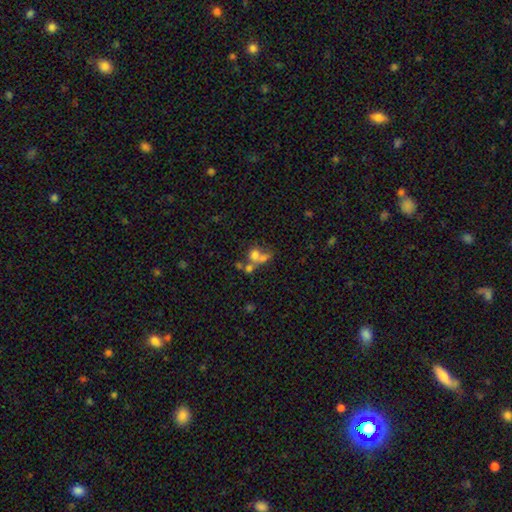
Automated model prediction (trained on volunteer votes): Smooth or featured: smooth — 61% (featured or disk — 22%)
How rounded: round — 71% (in between — 27%)
Merging: merger — 56% (none — 27%)